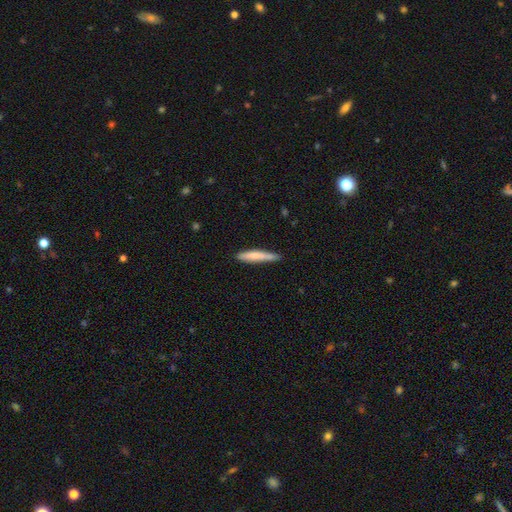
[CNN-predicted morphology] Smooth or featured?
  - smooth: 71% *
  - featured or disk: 23%
  - star or artifact: 5%
How rounded?
  - cigar-shaped: 93% *
  - in between: 6%
  - round: 1%
Merging?
  - none: 75% *
  - minor disturbance: 20%
  - major disturbance: 3%
  - merger: 2%